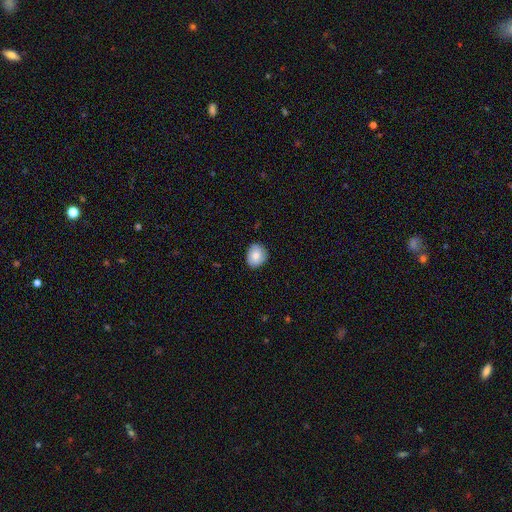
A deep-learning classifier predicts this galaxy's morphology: Smooth or featured? Predicted: smooth (p=0.78). How rounded? Predicted: round (p=0.61). Merging? Predicted: none (p=0.81).